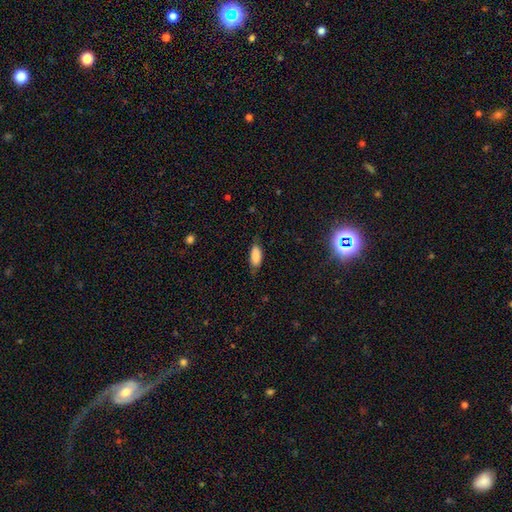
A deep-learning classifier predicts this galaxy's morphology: This is clearly a smooth galaxy (84%). How rounded: clearly in between (88%). Merging: likely none (72%).